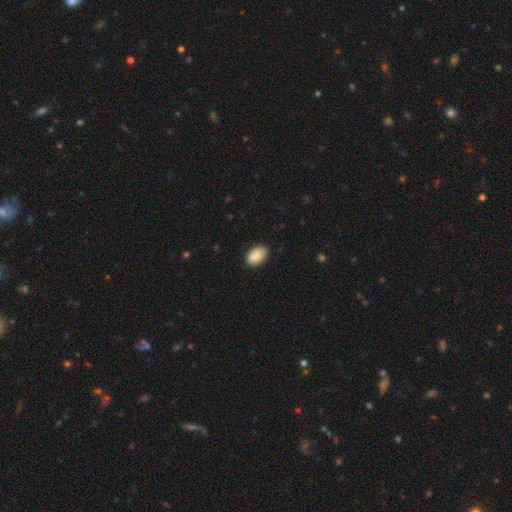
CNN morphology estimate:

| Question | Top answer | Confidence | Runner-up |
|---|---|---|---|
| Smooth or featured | smooth | 89% | star or artifact (6%) |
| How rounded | in between | 89% | round (9%) |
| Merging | none | 87% | minor disturbance (11%) |